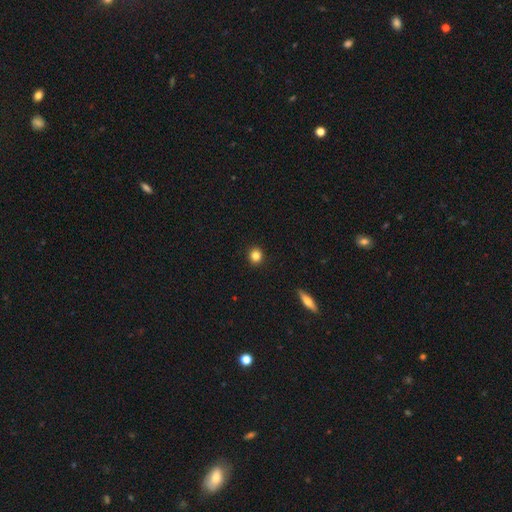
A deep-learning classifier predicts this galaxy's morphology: Q: Smooth or featured?
A: smooth (83%); runner-up: star or artifact (11%)
Q: How rounded?
A: round (87%); runner-up: in between (12%)
Q: Merging?
A: none (92%); runner-up: minor disturbance (5%)